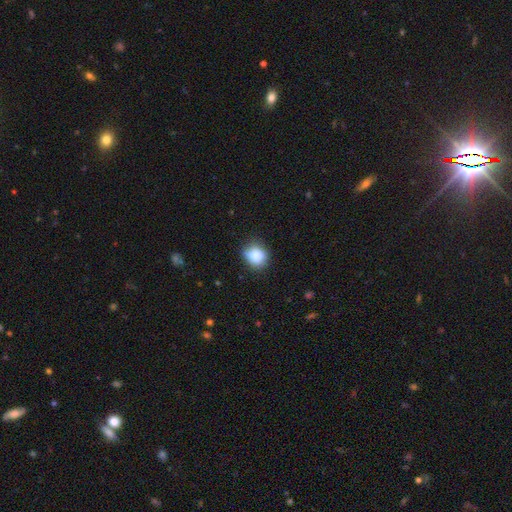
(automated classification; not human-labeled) The model was most divided on "how rounded": round: 79%, in between: 20%, cigar-shaped: 1%. More confident: smooth or featured — smooth (83%); merging — none (80%).